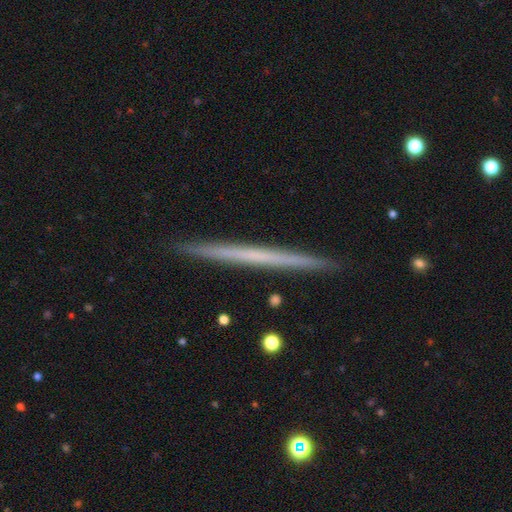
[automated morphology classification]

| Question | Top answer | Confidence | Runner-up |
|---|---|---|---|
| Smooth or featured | featured or disk | 56% | smooth (39%) |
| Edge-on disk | yes | 98% | no (2%) |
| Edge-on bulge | none | 94% | rounded (4%) |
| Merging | none | 93% | minor disturbance (5%) |